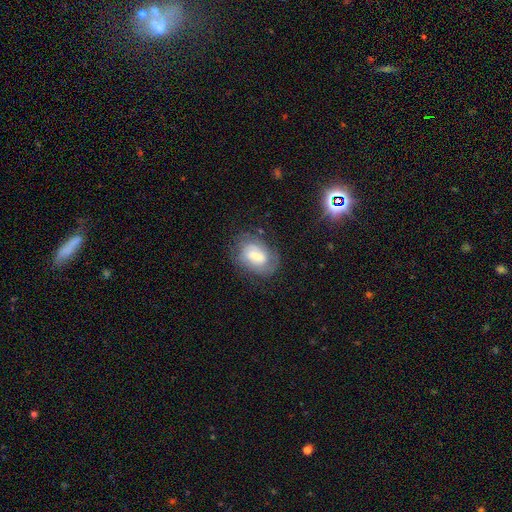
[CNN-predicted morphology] A featured or disk galaxy (50%). Merging: none (65%).